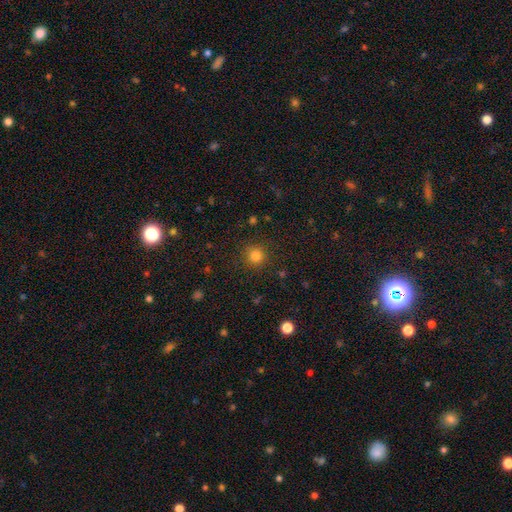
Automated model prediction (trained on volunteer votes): This is clearly a smooth galaxy (82%). How rounded: clearly round (94%). Merging: clearly none (89%).